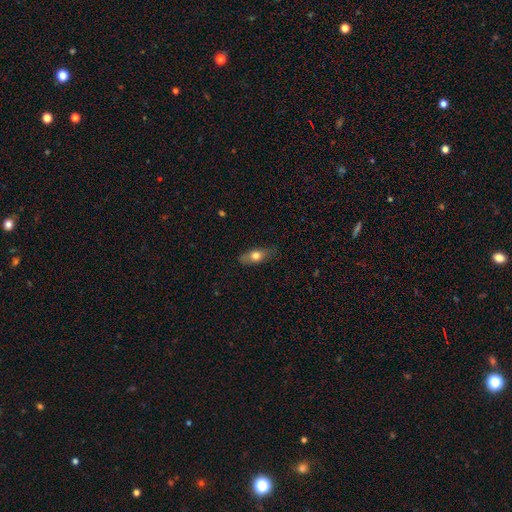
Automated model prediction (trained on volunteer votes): A smooth galaxy with no disk features (68%) that is in between round and cigar-shaped (72%). Merging: none (79%).